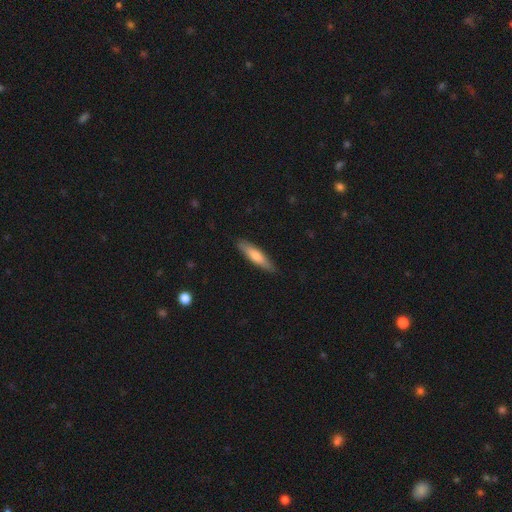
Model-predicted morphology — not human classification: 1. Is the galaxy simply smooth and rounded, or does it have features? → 66% smooth, 29% featured or disk, 5% star or artifact.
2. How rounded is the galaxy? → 78% cigar-shaped, 20% in between, 2% round.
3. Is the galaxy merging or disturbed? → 88% none, 9% minor disturbance, 2% major disturbance, 1% merger.